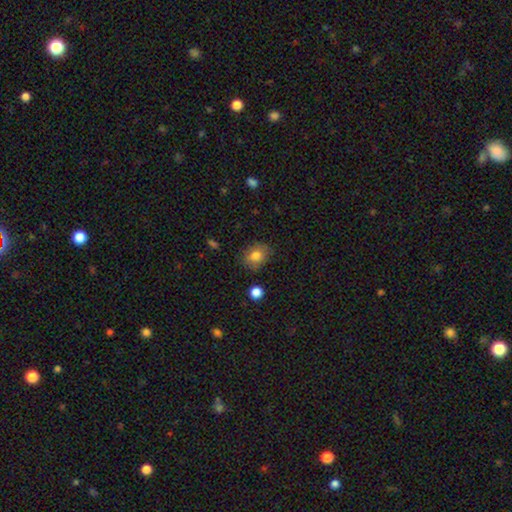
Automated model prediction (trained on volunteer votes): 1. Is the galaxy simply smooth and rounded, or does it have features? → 80% smooth, 10% featured or disk, 10% star or artifact.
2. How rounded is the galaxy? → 57% round, 42% in between, 1% cigar-shaped.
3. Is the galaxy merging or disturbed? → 81% none, 14% minor disturbance, 3% major disturbance, 2% merger.